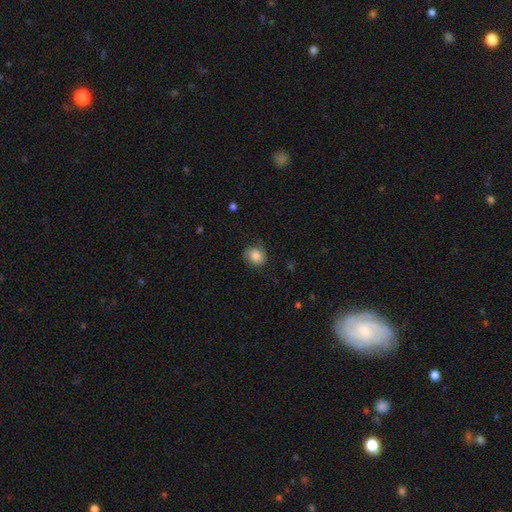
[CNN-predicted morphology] A smooth galaxy with no disk features (74%) that is round (62%).

Vote fractions:
- Smooth or featured? smooth: 74% / featured or disk: 18% / star or artifact: 8%
- How rounded? round: 62% / in between: 37% / cigar-shaped: 1%
- Merging? none: 65% / minor disturbance: 25% / major disturbance: 9% / merger: 1%